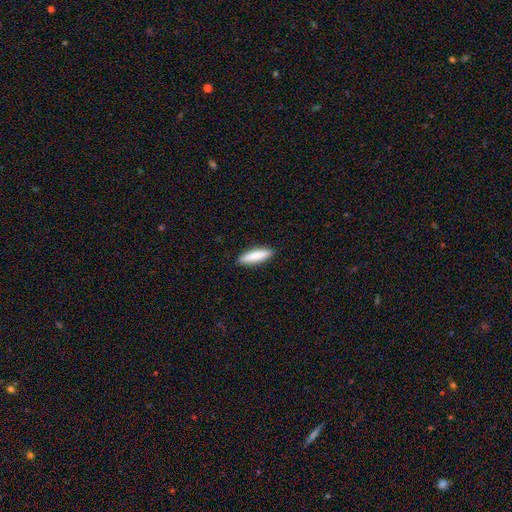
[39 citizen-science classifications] Volunteers were most divided on "how rounded": cigar-shaped: 59%, in between: 38%, round: 3%. More confident: merging — none (97%); smooth or featured — smooth (82%).